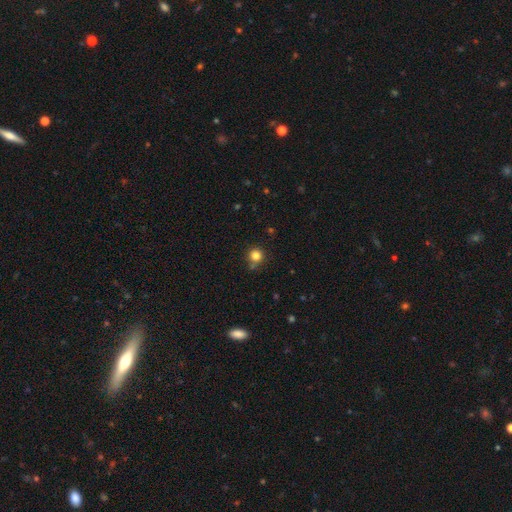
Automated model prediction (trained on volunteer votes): The model was most divided on "merging": none: 79%, minor disturbance: 11%, merger: 7%, major disturbance: 3%. More confident: how rounded — round (94%); smooth or featured — smooth (82%).